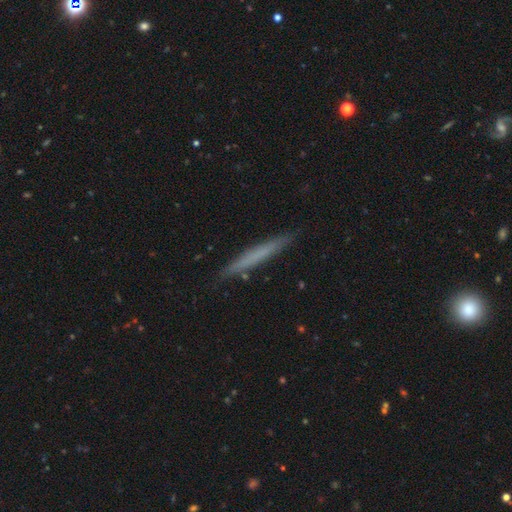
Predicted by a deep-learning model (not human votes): Smooth or featured: smooth — 56% (featured or disk — 37%)
How rounded: cigar-shaped — 96% (in between — 2%)
Merging: none — 88% (minor disturbance — 9%)